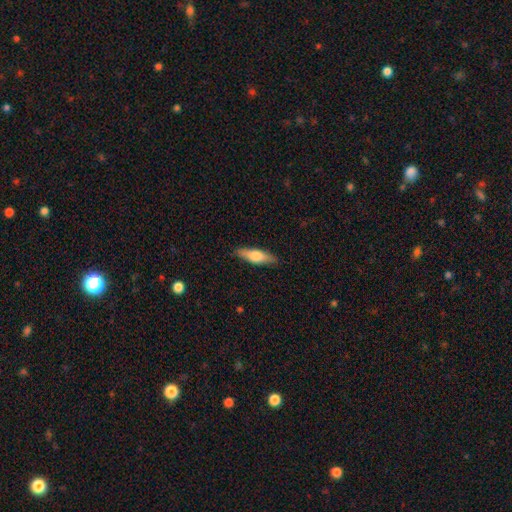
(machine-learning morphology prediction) The model was most divided on "how rounded": cigar-shaped: 58%, in between: 40%, round: 2%. More confident: merging — none (88%); smooth or featured — smooth (62%).